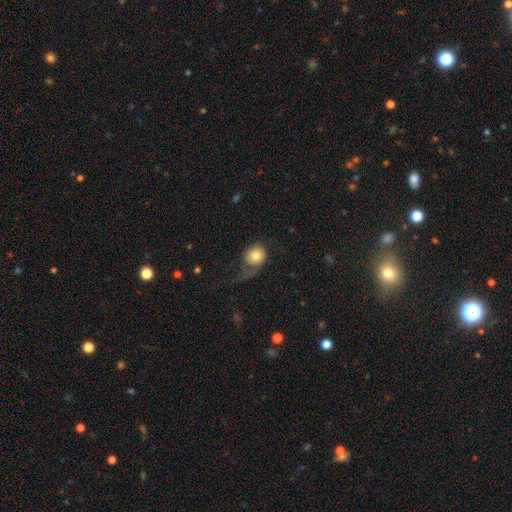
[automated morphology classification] smooth-or-featured: smooth: 76% | featured or disk: 16% | star or artifact: 8%
  how-rounded: round: 73% | in between: 26% | cigar-shaped: 1%
  merging: major disturbance: 41% | none: 34% | minor disturbance: 22% | merger: 3%